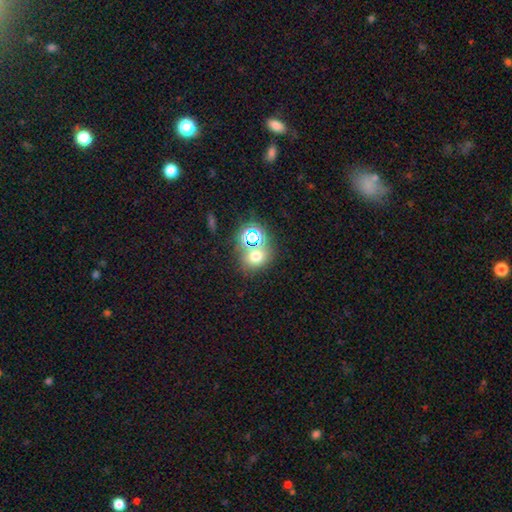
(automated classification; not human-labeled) Smooth or featured? smooth (58%)
How rounded? round (71%)
Merging? none (60%)